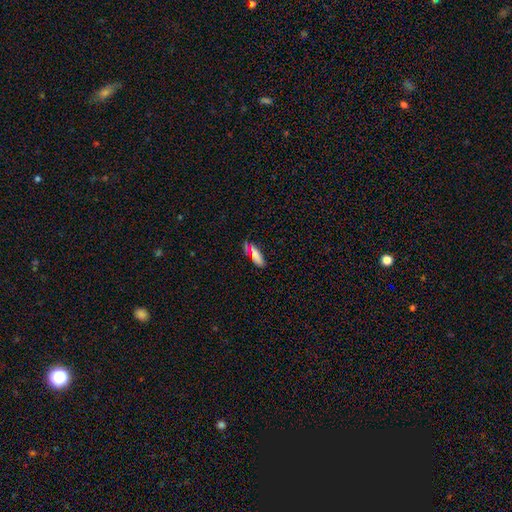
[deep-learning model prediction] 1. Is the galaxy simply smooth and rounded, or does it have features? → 78% smooth, 13% star or artifact, 9% featured or disk.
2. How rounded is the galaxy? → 53% in between, 44% cigar-shaped, 3% round.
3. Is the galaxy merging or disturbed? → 72% none, 16% minor disturbance, 7% merger, 5% major disturbance.